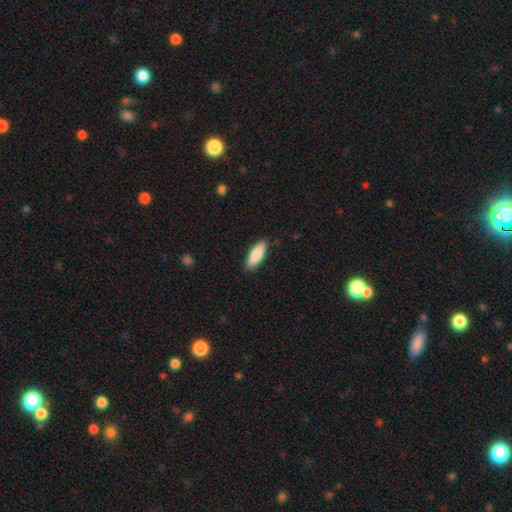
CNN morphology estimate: smooth 85%, featured or disk 9%, star or artifact 5%. Down the decision tree: how rounded — in between (57%); merging — none (88%).